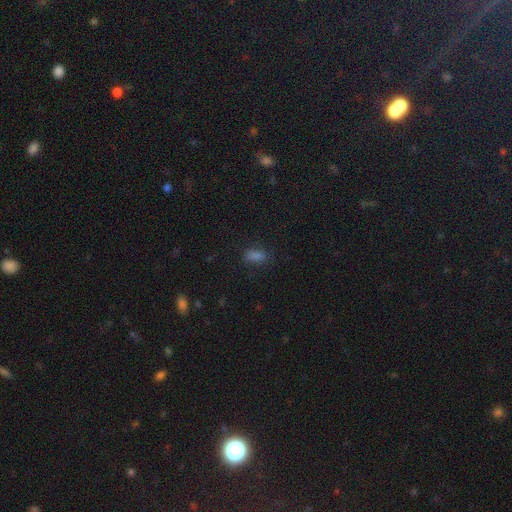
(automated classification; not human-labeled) Smooth or featured? smooth (77%)
How rounded? in between (78%)
Merging? none (81%)